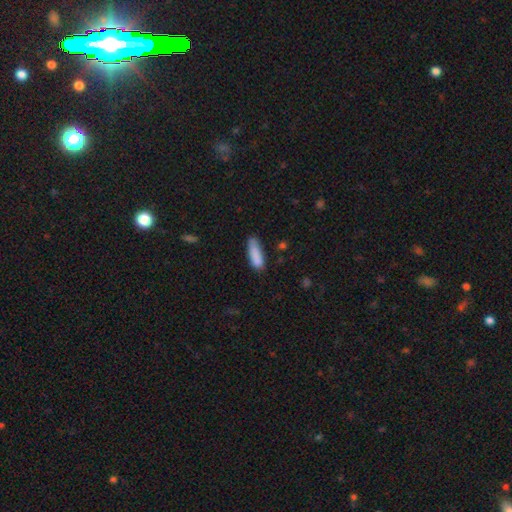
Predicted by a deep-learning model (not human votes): This appears to be a smooth galaxy with no disk features (86%) that is cigar-shaped (49%, tied with in between). Merging: none (63%).